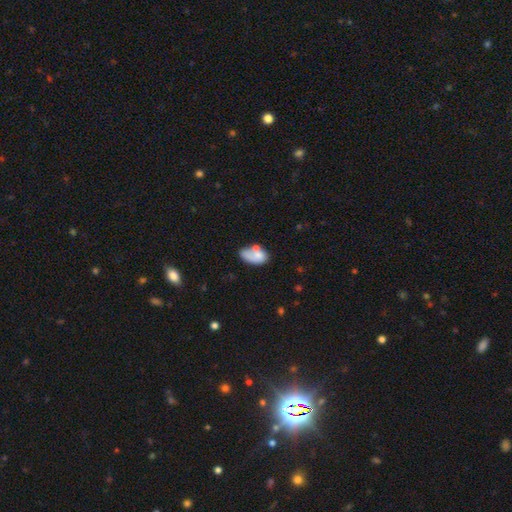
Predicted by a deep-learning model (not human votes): smooth_or_featured: smooth (p=0.71) [alt: featured or disk p=0.21]
how_rounded: in between (p=0.90) [alt: round p=0.08]
merging: none (p=0.36) [alt: merger p=0.30]